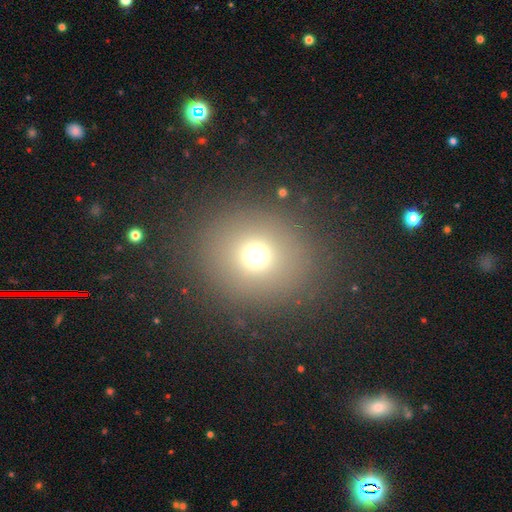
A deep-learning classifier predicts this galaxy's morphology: This appears to be a smooth galaxy with no disk features (70%) that is round (82%). Merging: none (86%).